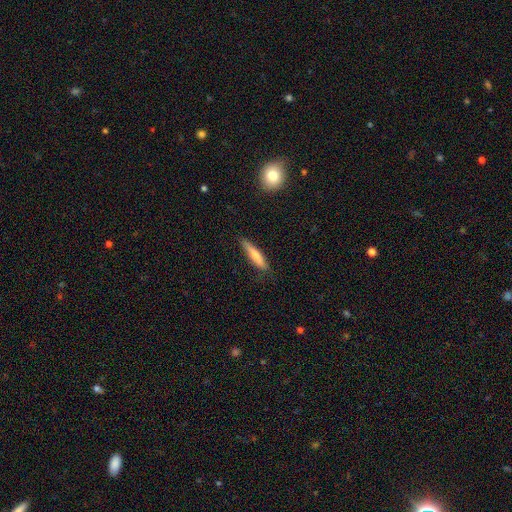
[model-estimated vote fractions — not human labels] Smooth or featured: smooth — 76% (featured or disk — 17%)
How rounded: cigar-shaped — 86% (in between — 12%)
Merging: none — 77% (minor disturbance — 18%)